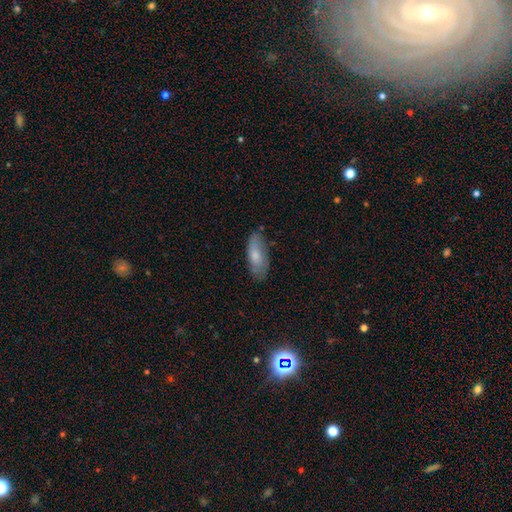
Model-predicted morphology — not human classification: type=smooth (73%); roundness=in between (82%); merging=none (73%).